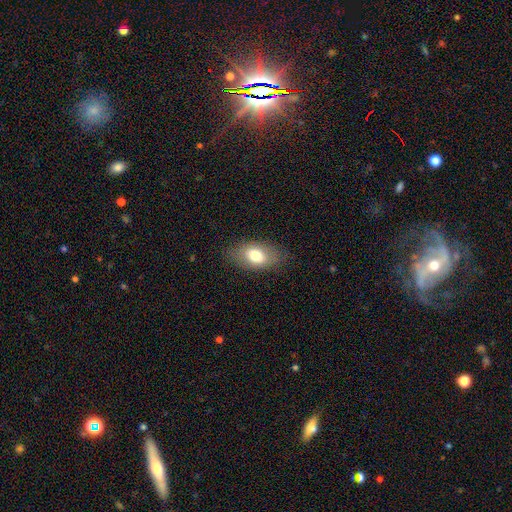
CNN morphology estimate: A smooth galaxy with no disk features (75%) that is in between round and cigar-shaped (90%). Merging: none (82%).